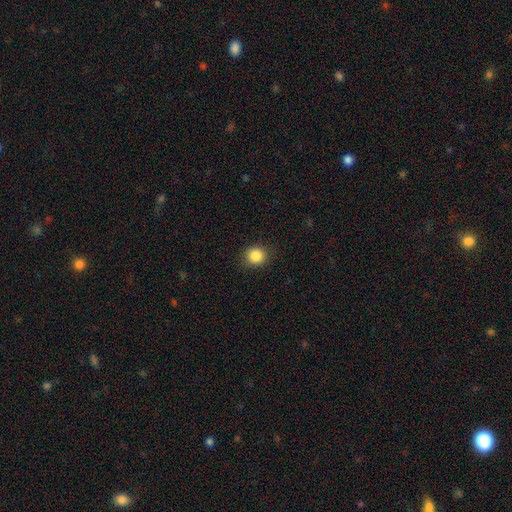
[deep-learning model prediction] This appears to be a smooth galaxy with no disk features (87%) that is round (84%). Merging: none (88%).